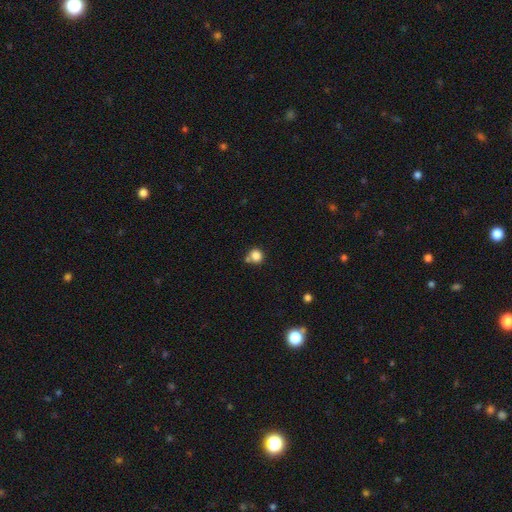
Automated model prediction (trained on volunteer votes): This appears to be a smooth galaxy with no disk features (84%) that is round (87%). Merging: none (62%).